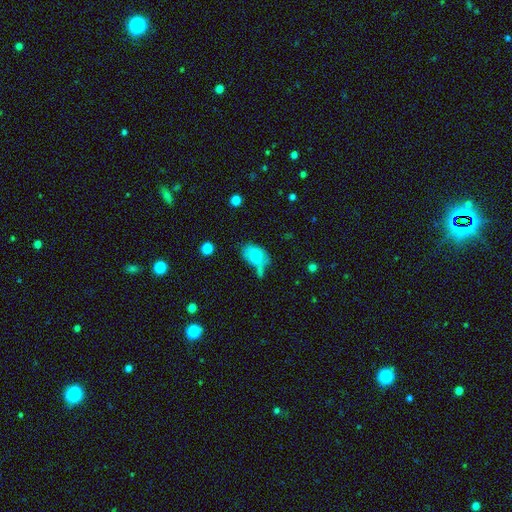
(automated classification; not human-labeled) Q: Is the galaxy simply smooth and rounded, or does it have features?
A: smooth — 71%.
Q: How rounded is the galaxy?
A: in between — 80%.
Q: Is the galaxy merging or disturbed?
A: none — 33%.